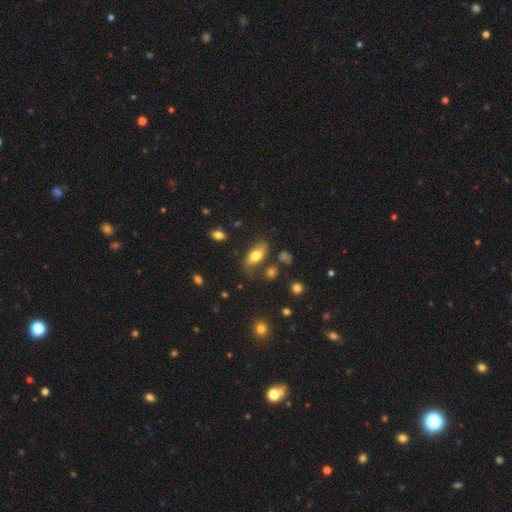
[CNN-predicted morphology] type=smooth (73%); roundness=in between (87%); merging=none (69%).